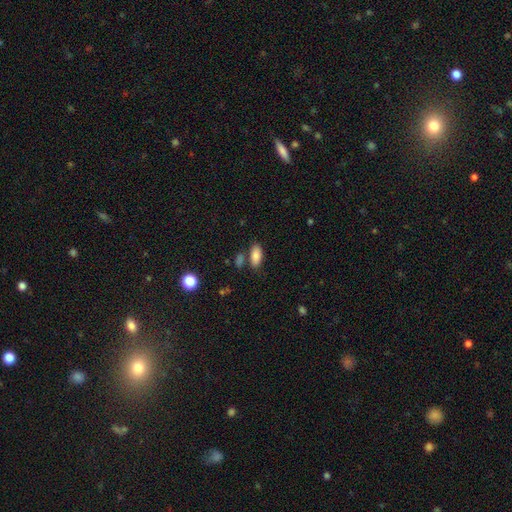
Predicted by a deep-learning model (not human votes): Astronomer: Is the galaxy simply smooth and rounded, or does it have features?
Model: smooth — 85%.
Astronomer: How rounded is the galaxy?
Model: in between — 89%.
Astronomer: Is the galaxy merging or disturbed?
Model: none — 72%.